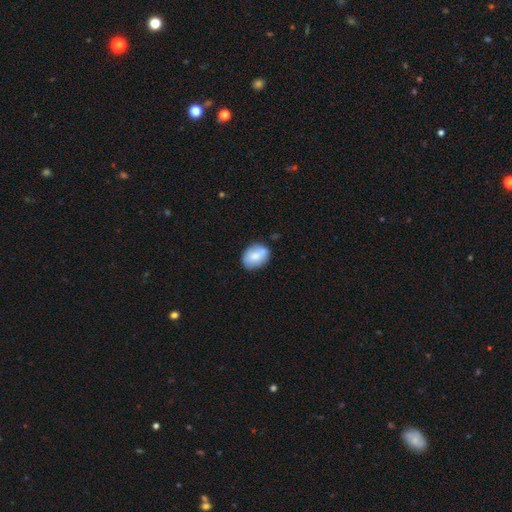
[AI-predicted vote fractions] Smooth or featured? smooth (72%)
How rounded? in between (67%)
Merging? none (72%)